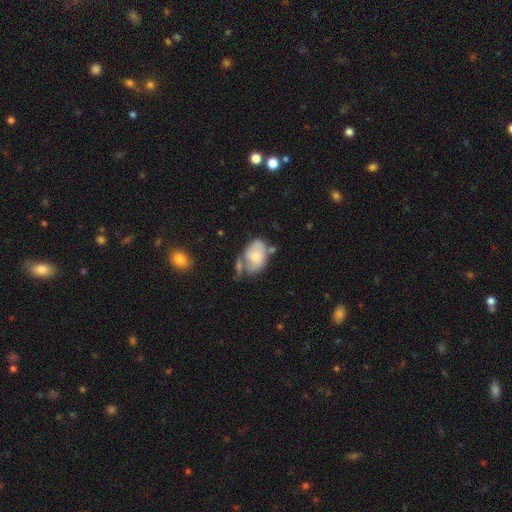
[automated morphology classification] Overall: smooth (64%; featured or disk 29%). How rounded: in between (86%). Merging: none (33%; minor disturbance 27%).